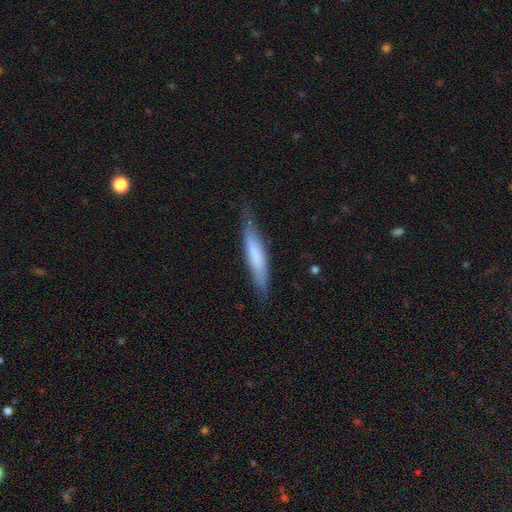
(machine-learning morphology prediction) Smooth or featured?
  - smooth: 62% *
  - featured or disk: 32%
  - star or artifact: 6%
How rounded?
  - cigar-shaped: 87% *
  - in between: 11%
  - round: 1%
Merging?
  - none: 77% *
  - minor disturbance: 18%
  - major disturbance: 4%
  - merger: 1%